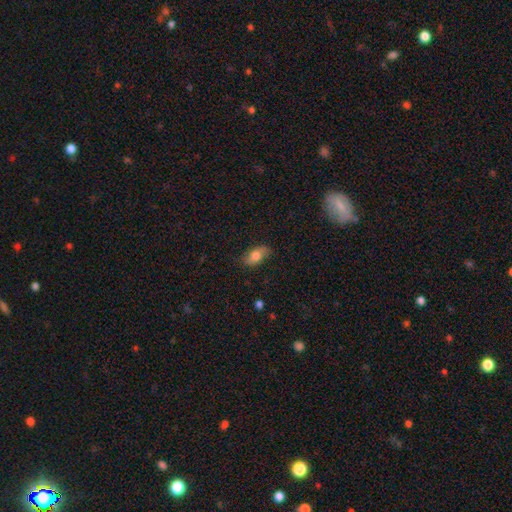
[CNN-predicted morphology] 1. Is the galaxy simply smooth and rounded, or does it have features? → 71% smooth, 21% featured or disk, 8% star or artifact.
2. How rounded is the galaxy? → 88% in between, 7% round, 5% cigar-shaped.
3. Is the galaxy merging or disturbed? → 78% none, 17% minor disturbance, 4% major disturbance, 1% merger.